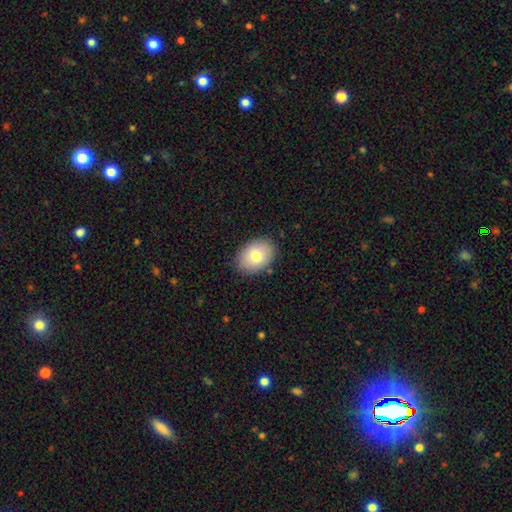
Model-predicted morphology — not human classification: Smooth or featured? Predicted: smooth (p=0.77). How rounded? Predicted: in between (p=0.79). Merging? Predicted: none (p=0.86).